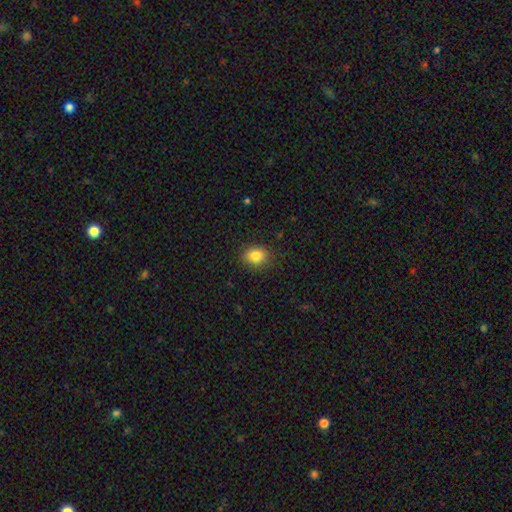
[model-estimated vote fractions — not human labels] Smooth or featured? smooth (84%)
How rounded? round (52%)
Merging? none (87%)